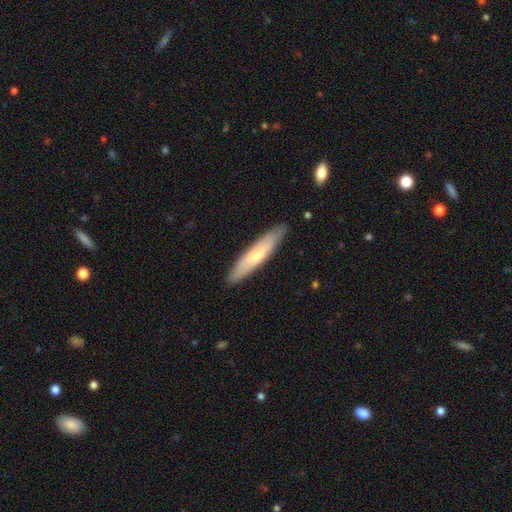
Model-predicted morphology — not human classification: A smooth galaxy with no disk features (58%) that is cigar-shaped (83%). Merging: none (87%).